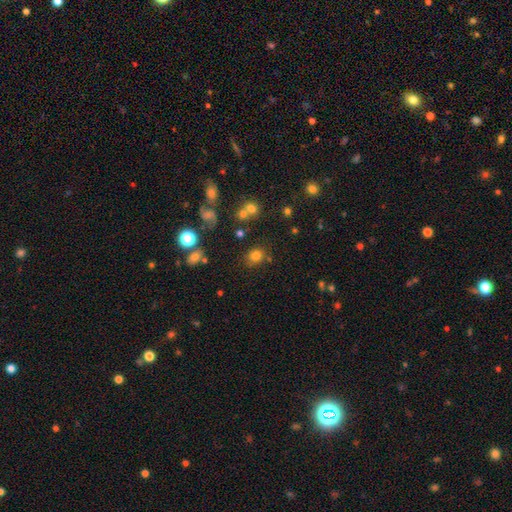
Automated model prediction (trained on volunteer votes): Q: Smooth or featured?
A: smooth (77%); runner-up: star or artifact (15%)
Q: How rounded?
A: round (62%); runner-up: in between (37%)
Q: Merging?
A: none (77%); runner-up: minor disturbance (13%)